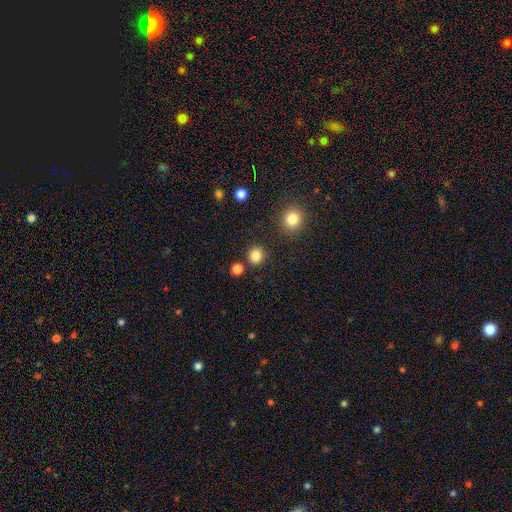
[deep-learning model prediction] This is clearly a smooth galaxy (85%). How rounded: clearly round (80%). Merging: clearly none (85%).